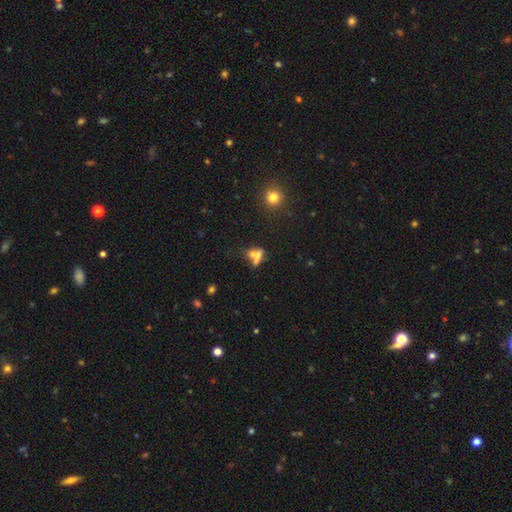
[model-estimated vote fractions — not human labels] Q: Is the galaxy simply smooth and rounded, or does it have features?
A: smooth — 61%.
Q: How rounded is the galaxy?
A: in between — 49%.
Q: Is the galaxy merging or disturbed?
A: merger — 43%.